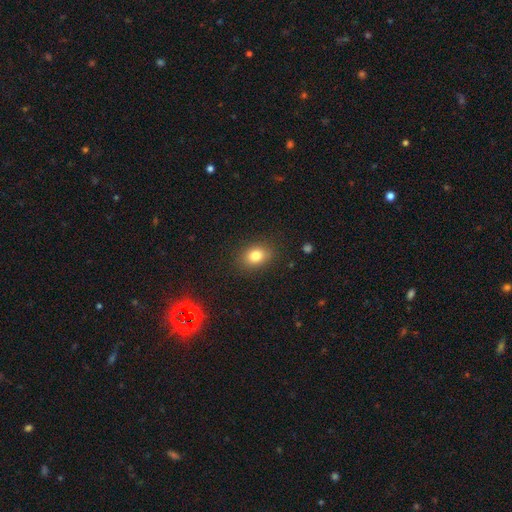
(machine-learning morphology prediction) Smooth or featured? Predicted: smooth (p=0.81). How rounded? Predicted: in between (p=0.58). Merging? Predicted: none (p=0.86).